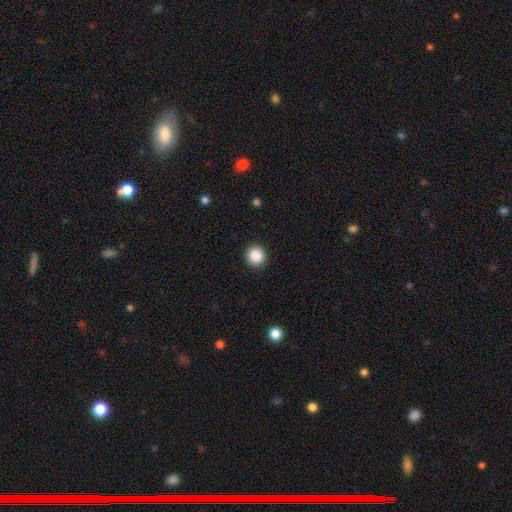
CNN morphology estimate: Overall: smooth (87%). How rounded: round (94%). Merging: none (93%).